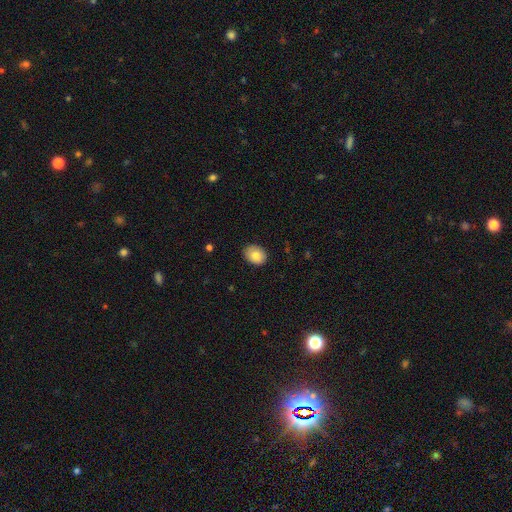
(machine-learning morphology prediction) A smooth galaxy with no disk features (82%) that is in between round and cigar-shaped (67%).

Vote fractions:
- Smooth or featured? smooth: 82% / featured or disk: 10% / star or artifact: 8%
- How rounded? in between: 67% / round: 32% / cigar-shaped: 1%
- Merging? none: 83% / minor disturbance: 13% / major disturbance: 2% / merger: 1%